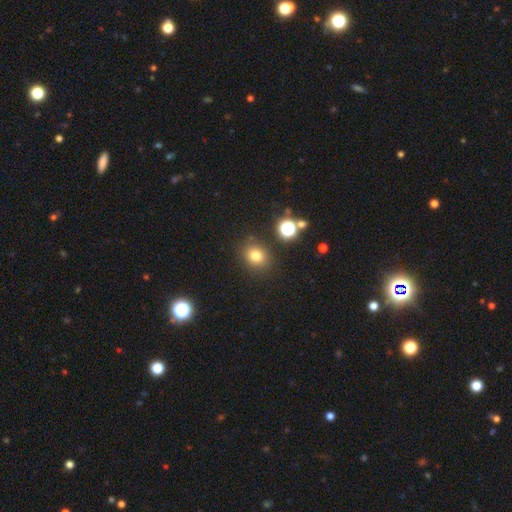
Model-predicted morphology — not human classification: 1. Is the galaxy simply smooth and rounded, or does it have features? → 76% smooth, 17% star or artifact, 7% featured or disk.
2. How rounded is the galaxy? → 73% round, 26% in between, 1% cigar-shaped.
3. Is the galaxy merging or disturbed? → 84% none, 9% minor disturbance, 3% merger, 3% major disturbance.